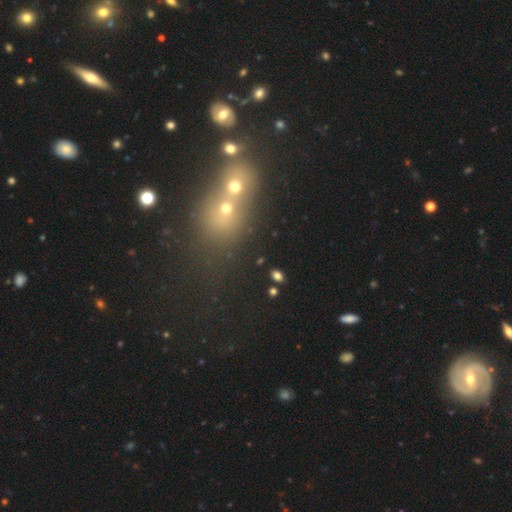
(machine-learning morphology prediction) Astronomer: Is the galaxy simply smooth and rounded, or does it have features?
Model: star or artifact — 42% (runner-up: smooth, 40%).